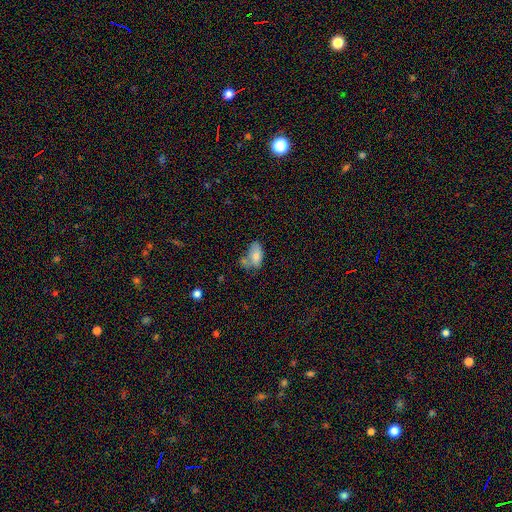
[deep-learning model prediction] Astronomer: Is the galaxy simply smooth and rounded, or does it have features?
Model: smooth — 76%.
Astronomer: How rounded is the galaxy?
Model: in between — 92%.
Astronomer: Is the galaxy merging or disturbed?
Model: none — 36% (runner-up: merger, 27%).